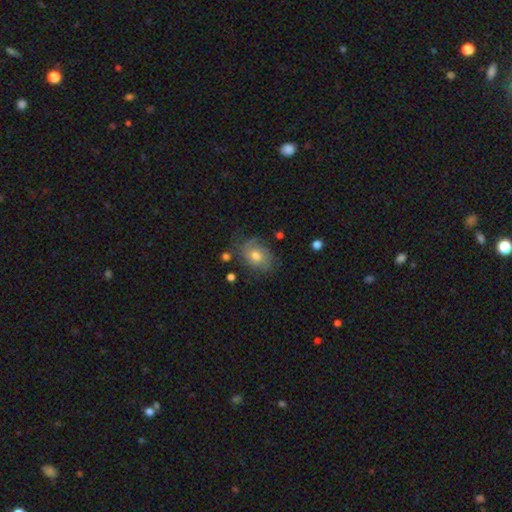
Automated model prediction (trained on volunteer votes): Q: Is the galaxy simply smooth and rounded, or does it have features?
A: smooth — 47%.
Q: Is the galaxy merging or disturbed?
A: none — 64%.